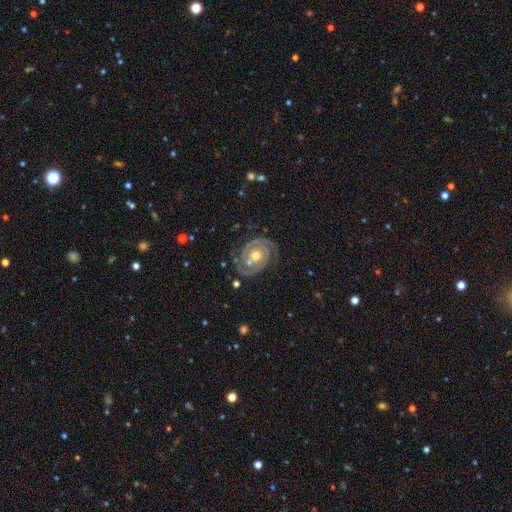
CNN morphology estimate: smooth_or_featured: featured or disk (p=0.92) [alt: star or artifact p=0.04]
disk_edge_on: no (p=0.98) [alt: yes p=0.02]
bar: no (p=0.73) [alt: weak p=0.19]
has_spiral_arms: yes (p=0.98) [alt: no p=0.02]
spiral_winding: tight (p=0.70) [alt: medium p=0.25]
spiral_arm_count: 2 (p=0.91) [alt: 3 p=0.03]
bulge_size: moderate (p=0.74) [alt: small p=0.19]
merging: none (p=0.81) [alt: minor disturbance p=0.13]